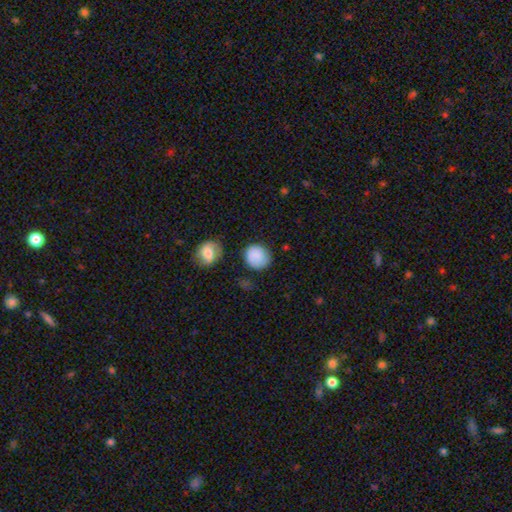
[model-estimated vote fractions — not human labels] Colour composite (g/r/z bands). It shows a smooth galaxy with no disk features (87%) that is round (83%). Merging: none (76%).